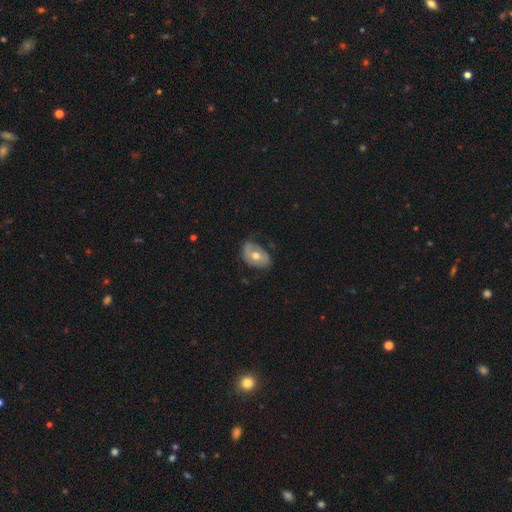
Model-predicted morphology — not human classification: Smooth or featured: smooth — 49% (featured or disk — 45%)
Merging: none — 63% (minor disturbance — 29%)